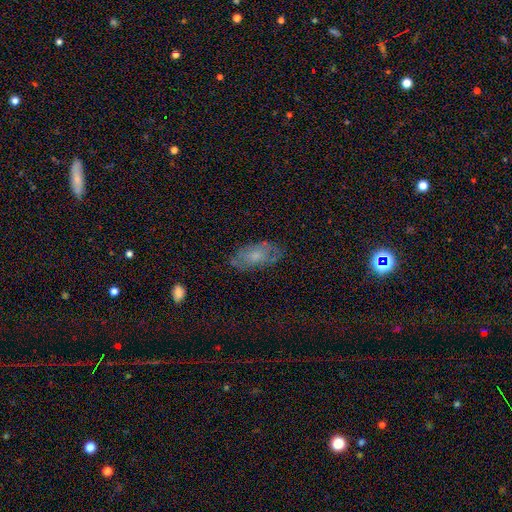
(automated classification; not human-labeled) The model was most divided on "smooth or featured": smooth: 52%, featured or disk: 39%, star or artifact: 9%. More confident: how rounded — in between (90%); merging — none (69%).